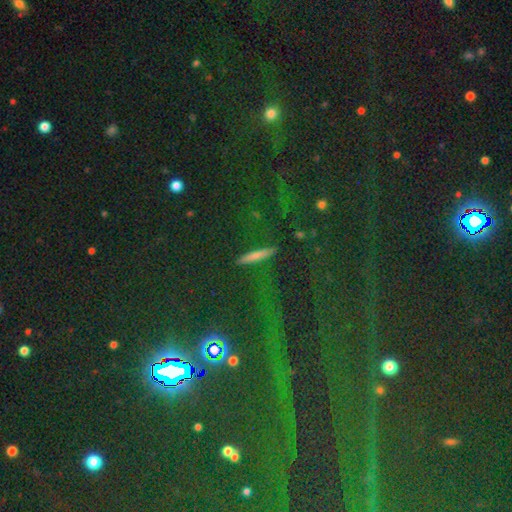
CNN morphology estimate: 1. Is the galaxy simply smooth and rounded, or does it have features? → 42% smooth, 30% star or artifact, 29% featured or disk.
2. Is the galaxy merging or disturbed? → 88% none, 7% minor disturbance, 2% major disturbance, 2% merger.